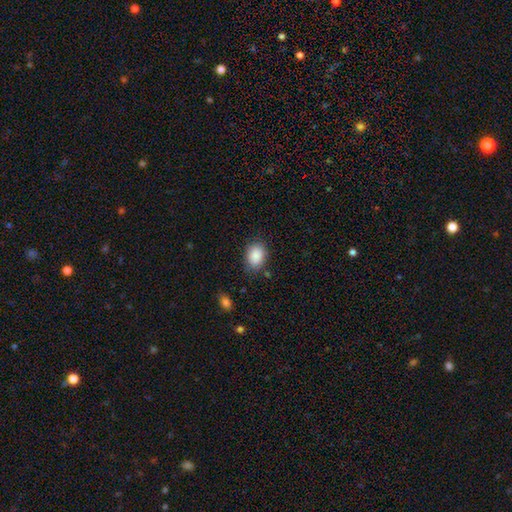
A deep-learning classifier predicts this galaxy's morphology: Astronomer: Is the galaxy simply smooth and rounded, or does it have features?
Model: smooth — 89%.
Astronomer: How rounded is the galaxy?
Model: in between — 73%.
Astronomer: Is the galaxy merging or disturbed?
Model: none — 78%.